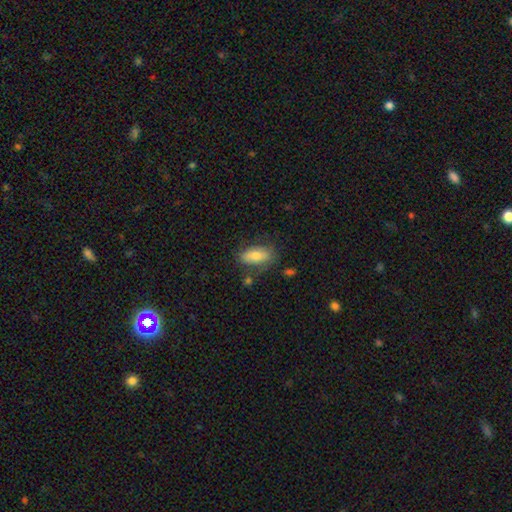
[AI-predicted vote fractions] The model was most divided on "smooth or featured": smooth: 72%, featured or disk: 21%, star or artifact: 7%. More confident: how rounded — in between (86%); merging — none (71%).